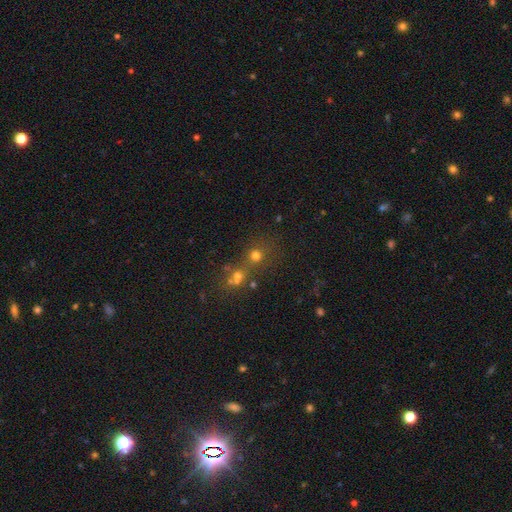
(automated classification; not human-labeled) Overall: smooth (60%; star or artifact 28%). How rounded: round (87%). Merging: none (54%; merger 34%).